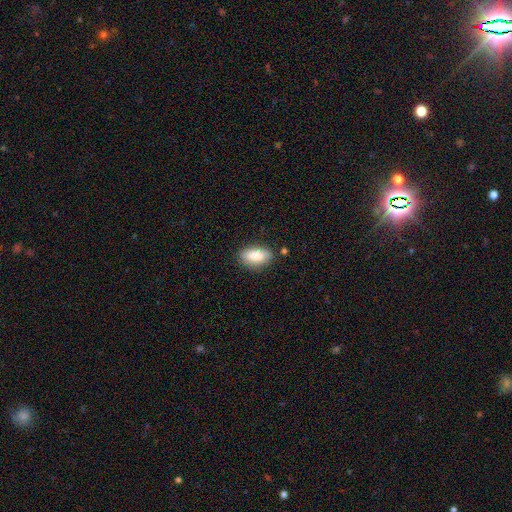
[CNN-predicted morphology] Smooth or featured: smooth — 85% (featured or disk — 9%)
How rounded: in between — 91% (cigar-shaped — 5%)
Merging: none — 82% (minor disturbance — 13%)